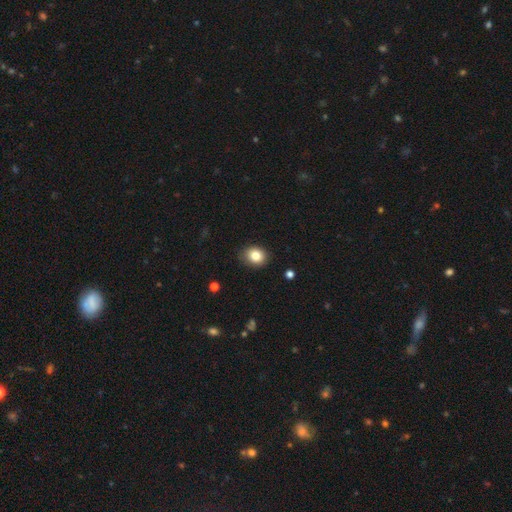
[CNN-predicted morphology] Smooth or featured?
  - smooth: 83% *
  - star or artifact: 10%
  - featured or disk: 7%
How rounded?
  - round: 60% *
  - in between: 40%
  - cigar-shaped: 1%
Merging?
  - none: 86% *
  - minor disturbance: 11%
  - major disturbance: 2%
  - merger: 1%